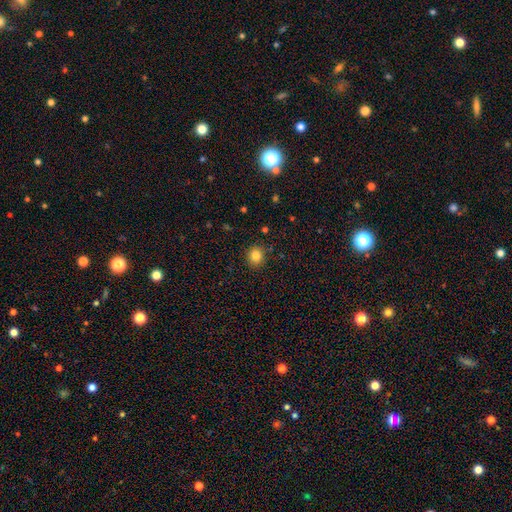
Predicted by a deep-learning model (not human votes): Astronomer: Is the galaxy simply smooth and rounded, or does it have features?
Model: smooth — 83%.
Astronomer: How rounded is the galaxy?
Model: round — 79%.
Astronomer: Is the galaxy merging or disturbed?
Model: none — 89%.